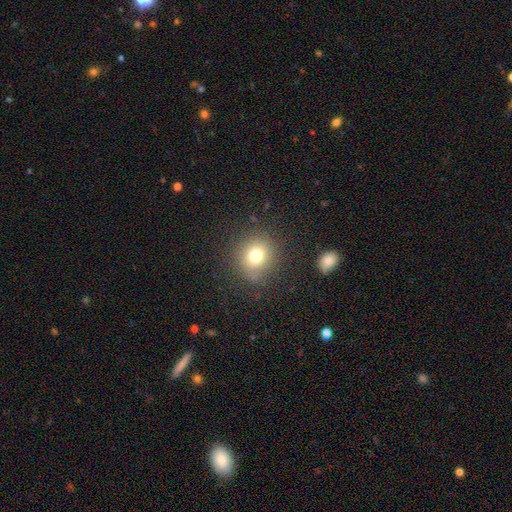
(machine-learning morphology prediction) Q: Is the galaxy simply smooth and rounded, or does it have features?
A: smooth — 75%.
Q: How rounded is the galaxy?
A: round — 83%.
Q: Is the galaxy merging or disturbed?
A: none — 83%.